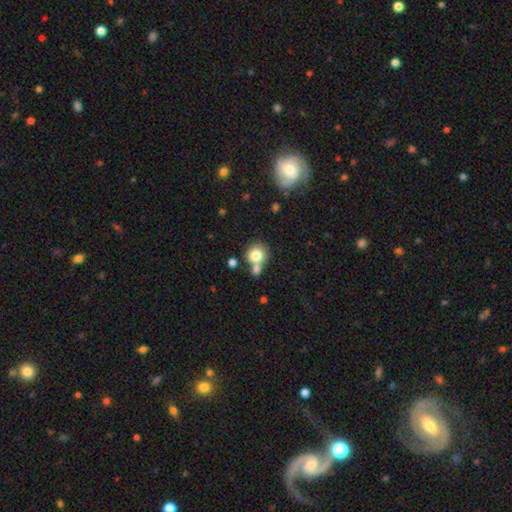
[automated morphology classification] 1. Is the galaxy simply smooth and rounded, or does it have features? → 78% smooth, 12% featured or disk, 10% star or artifact.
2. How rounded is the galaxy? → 81% round, 18% in between, 1% cigar-shaped.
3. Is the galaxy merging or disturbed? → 46% none, 39% merger, 11% minor disturbance, 4% major disturbance.